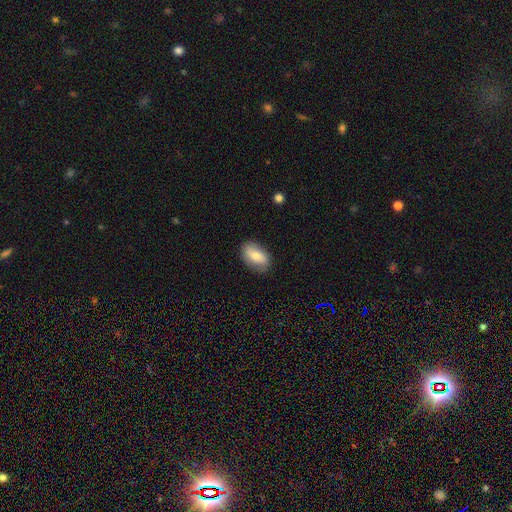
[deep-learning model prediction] The model was most divided on "smooth or featured": smooth: 69%, featured or disk: 24%, star or artifact: 7%. More confident: how rounded — in between (91%); merging — none (81%).